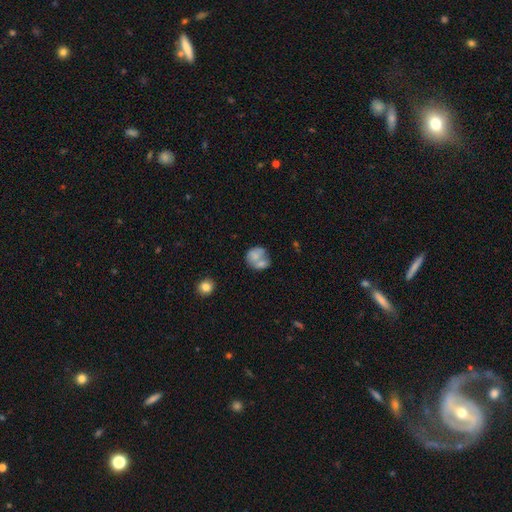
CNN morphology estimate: Smooth or featured? smooth (64%)
How rounded? round (65%)
Merging? merger (50%)